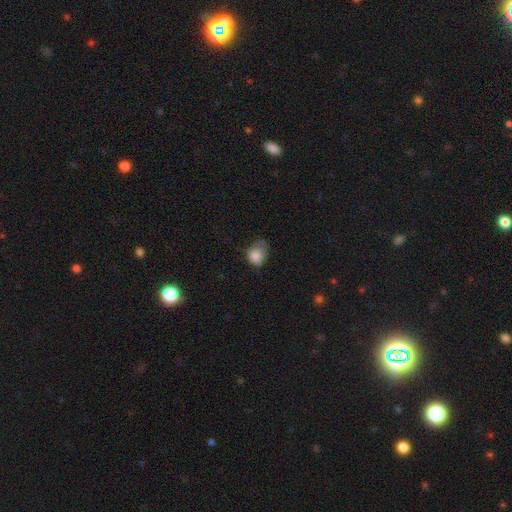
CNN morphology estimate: The model was most divided on "how rounded": in between: 53%, round: 46%, cigar-shaped: 1%. Remaining: smooth or featured — smooth (82%); merging — minor disturbance (42%).